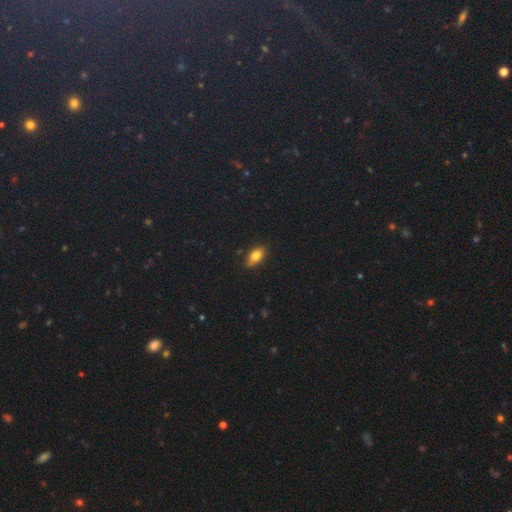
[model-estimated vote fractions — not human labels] smooth-or-featured: smooth: 75% | featured or disk: 15% | star or artifact: 10%
  how-rounded: in between: 85% | cigar-shaped: 9% | round: 6%
  merging: none: 80% | minor disturbance: 16% | major disturbance: 3% | merger: 2%